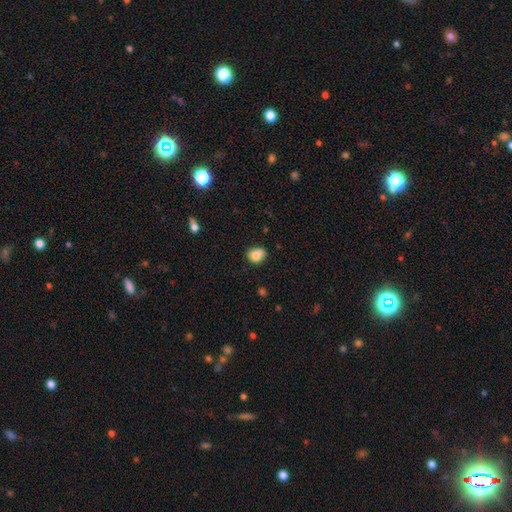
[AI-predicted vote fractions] Overall: smooth (79%). How rounded: round (60%; in between 39%). Merging: none (54%; minor disturbance 23%).